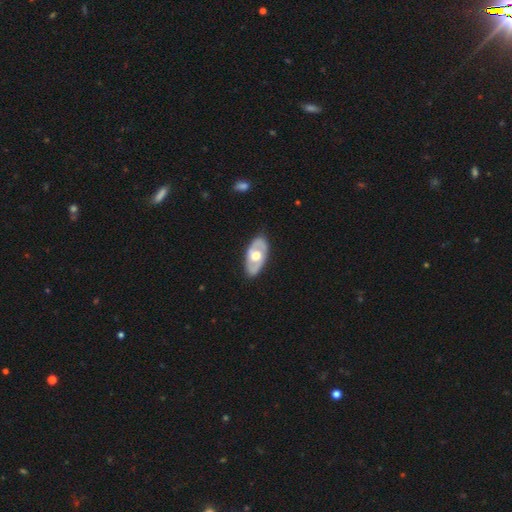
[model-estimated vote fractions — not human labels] A featured or disk galaxy (60%) with no bar (83%), no spiral arms (71%) and a moderate central bulge (60%).

Vote fractions:
- Smooth or featured? featured or disk: 60% / smooth: 36% / star or artifact: 4%
- Edge-on disk? no: 85% / yes: 15%
- Bar? no: 83% / weak: 14% / strong: 4%
- Spiral arms? no: 71% / yes: 29%
- Bulge size? moderate: 60% / large: 34% / small: 4% / dominant: 1% / none: 1%
- Merging? none: 84% / minor disturbance: 12% / major disturbance: 3% / merger: 1%